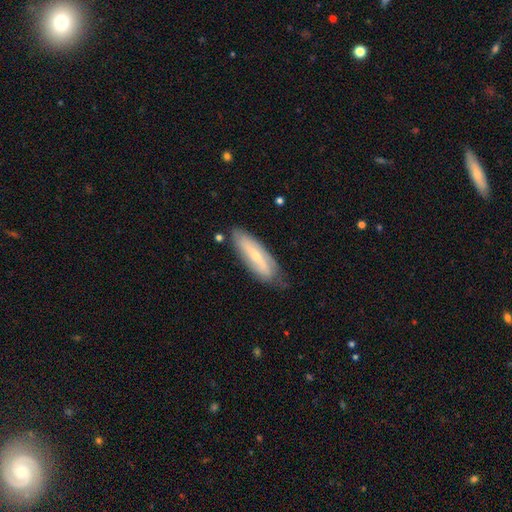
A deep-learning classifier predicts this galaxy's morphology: type=featured or disk (58%); edge-on=no (68%); merging=none (71%).